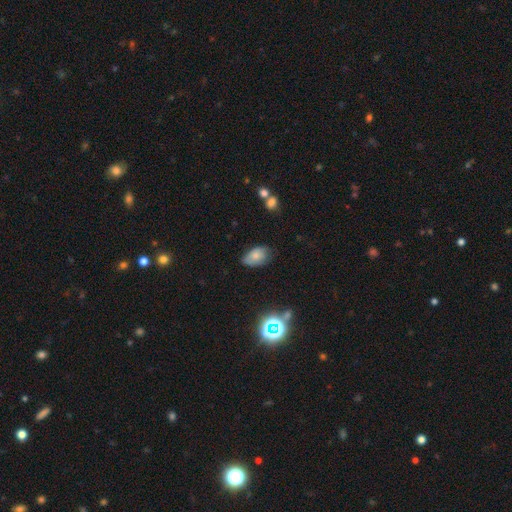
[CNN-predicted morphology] Smooth or featured?
  - smooth: 72% *
  - featured or disk: 16%
  - star or artifact: 12%
How rounded?
  - in between: 90% *
  - round: 8%
  - cigar-shaped: 2%
Merging?
  - none: 60% *
  - minor disturbance: 31%
  - major disturbance: 7%
  - merger: 2%